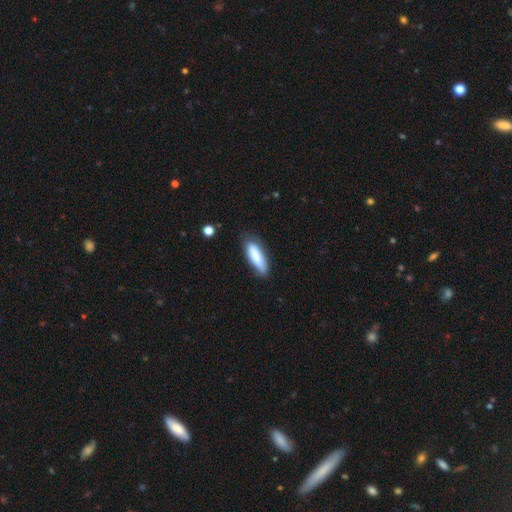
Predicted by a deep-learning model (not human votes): smooth 83%, featured or disk 10%, star or artifact 6%. Down the decision tree: how rounded — cigar-shaped (50%); merging — none (71%).